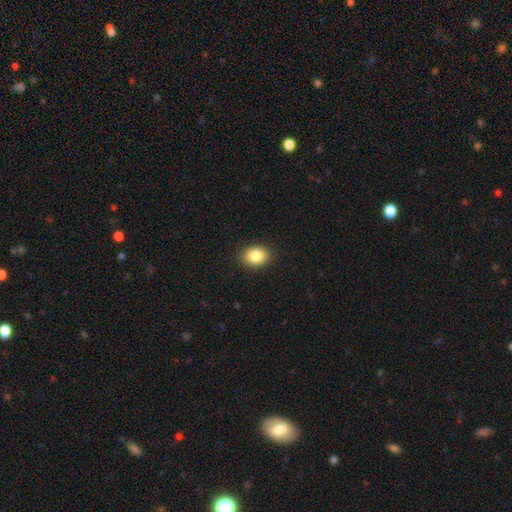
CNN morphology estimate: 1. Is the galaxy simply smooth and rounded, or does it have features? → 85% smooth, 9% star or artifact, 6% featured or disk.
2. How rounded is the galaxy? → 63% in between, 36% round, 1% cigar-shaped.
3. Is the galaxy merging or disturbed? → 90% none, 7% minor disturbance, 2% major disturbance, 1% merger.